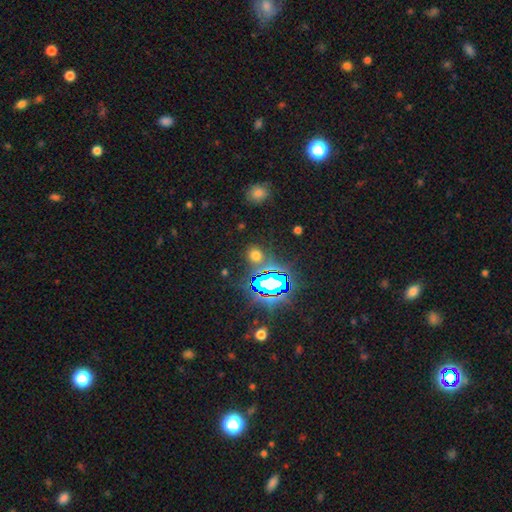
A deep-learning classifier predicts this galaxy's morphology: This appears to be a smooth galaxy with no disk features (51%) that is round (78%). Merging: none (82%).